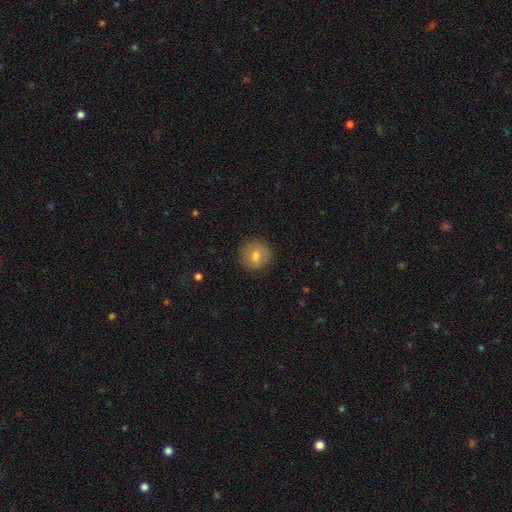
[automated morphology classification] A smooth galaxy with no disk features (71%) that is round (92%). Merging: none (88%).